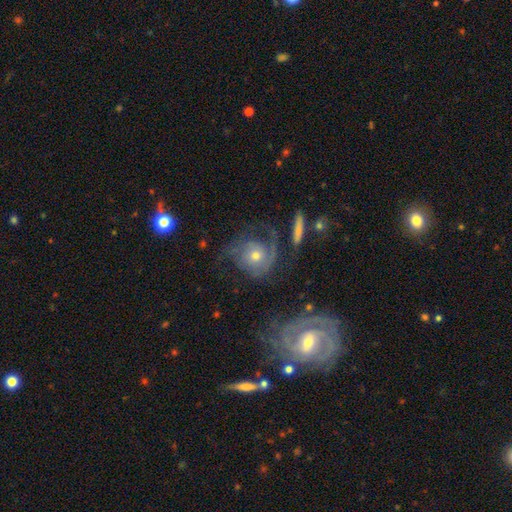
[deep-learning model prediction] This is likely a featured or disk galaxy (77%). It is clearly not viewed edge-on (96%). Bar: likely no (77%). Spiral arm pattern: clearly yes (93%). Spiral arm count: possibly 2 (46%). Spiral winding: marginally tight (42%). Central bulge: possibly moderate (57%). Merging: possibly none (55%).